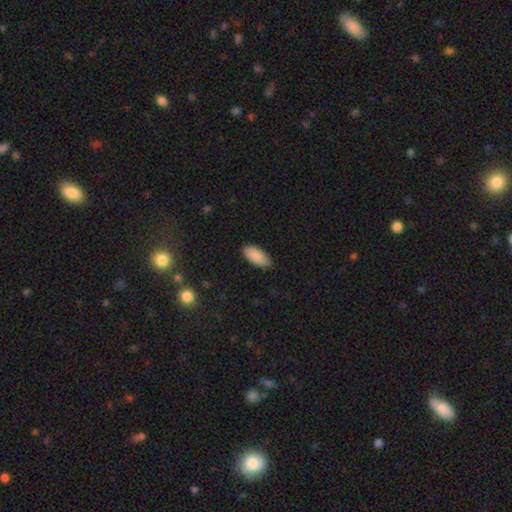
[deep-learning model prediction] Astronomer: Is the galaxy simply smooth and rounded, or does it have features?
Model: smooth — 90%.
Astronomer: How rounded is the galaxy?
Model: in between — 90%.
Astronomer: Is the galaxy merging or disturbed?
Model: none — 87%.